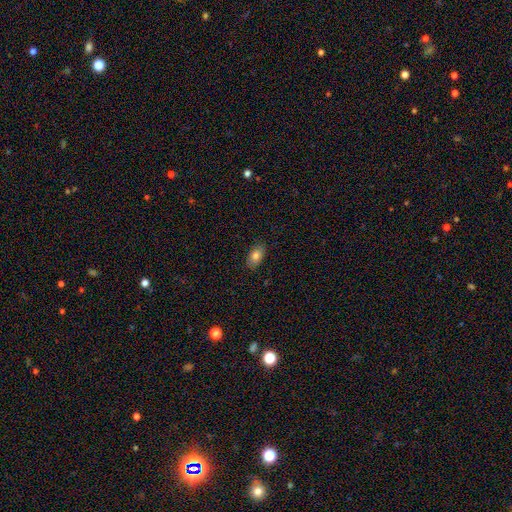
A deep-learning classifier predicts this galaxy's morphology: A smooth galaxy with no disk features (80%) that is in between round and cigar-shaped (92%). Merging: none (87%).